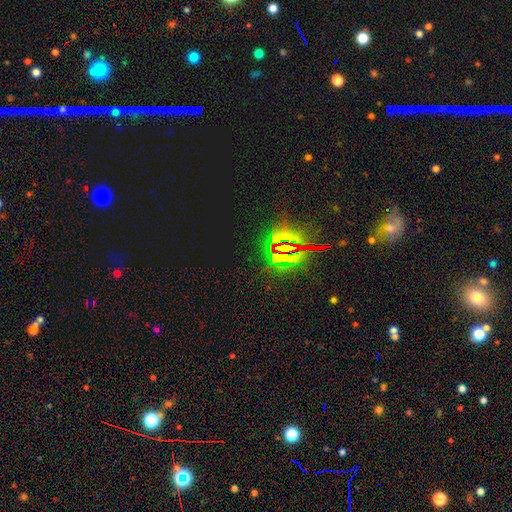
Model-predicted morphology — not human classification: Q: Smooth or featured?
A: star or artifact (85%); runner-up: smooth (8%)